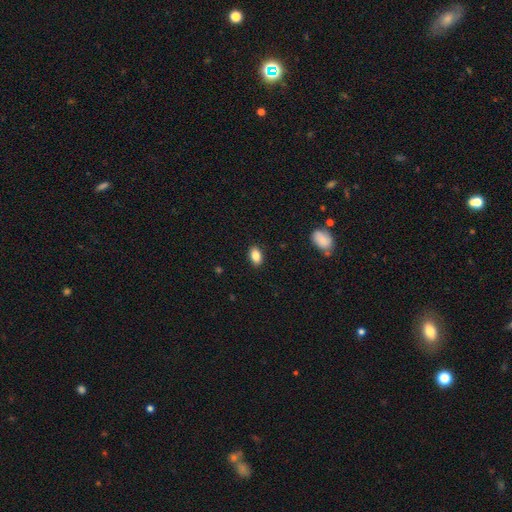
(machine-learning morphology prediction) Overall: smooth (86%). How rounded: in between (87%). Merging: none (88%).